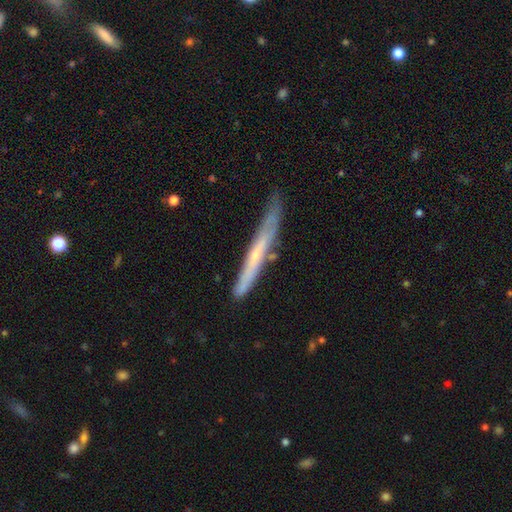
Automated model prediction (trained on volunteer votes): This appears to be a featured or disk galaxy (56%) viewed edge-on (86%). Merging: none (67%).